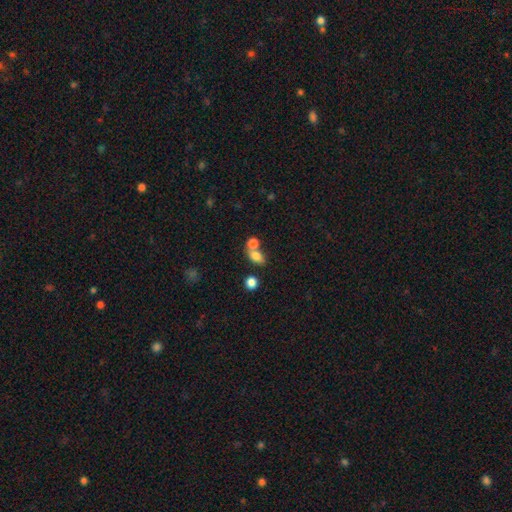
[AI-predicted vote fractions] Smooth or featured? Predicted: smooth (p=0.78). How rounded? Predicted: in between (p=0.65). Merging? Predicted: merger (p=0.46).